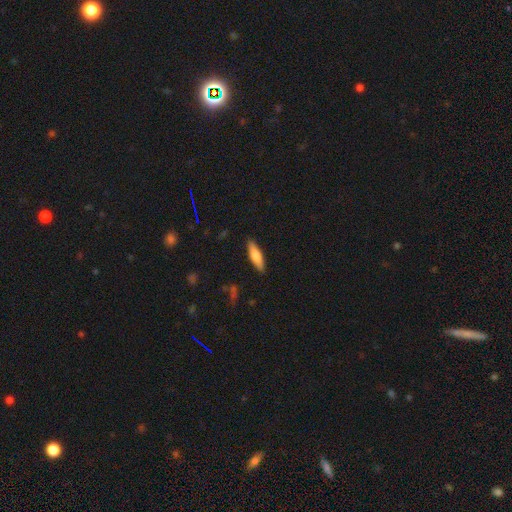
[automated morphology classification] Smooth or featured: smooth — 69% (featured or disk — 25%)
How rounded: cigar-shaped — 60% (in between — 39%)
Merging: none — 88% (minor disturbance — 9%)